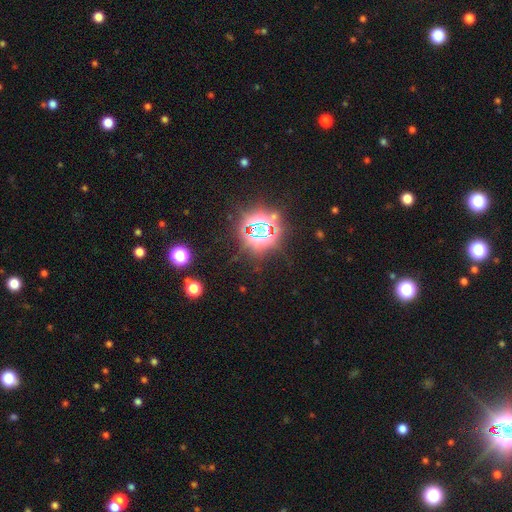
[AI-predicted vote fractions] Smooth or featured?
  - star or artifact: 83% *
  - smooth: 10%
  - featured or disk: 7%